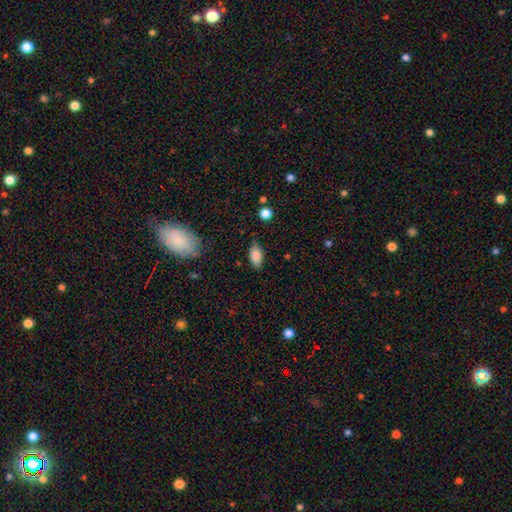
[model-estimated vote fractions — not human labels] smooth 85%, star or artifact 8%, featured or disk 8%. Down the decision tree: how rounded — in between (90%); merging — none (78%).